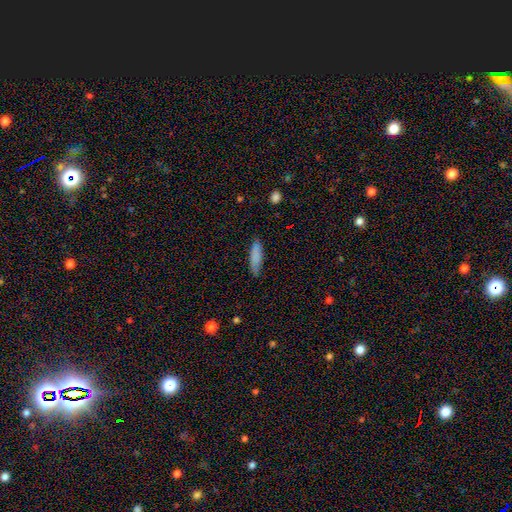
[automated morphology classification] smooth-or-featured: smooth: 83% | featured or disk: 10% | star or artifact: 7%
  how-rounded: cigar-shaped: 63% | in between: 36% | round: 2%
  merging: none: 80% | minor disturbance: 16% | major disturbance: 3% | merger: 1%